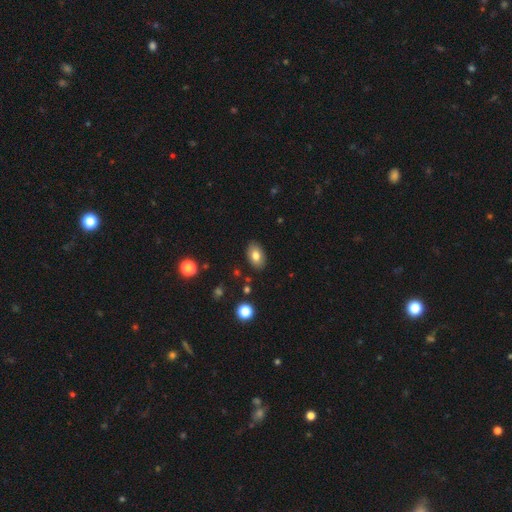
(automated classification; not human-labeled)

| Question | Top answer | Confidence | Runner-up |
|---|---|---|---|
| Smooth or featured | smooth | 78% | featured or disk (14%) |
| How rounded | in between | 88% | round (11%) |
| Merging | none | 86% | minor disturbance (10%) |